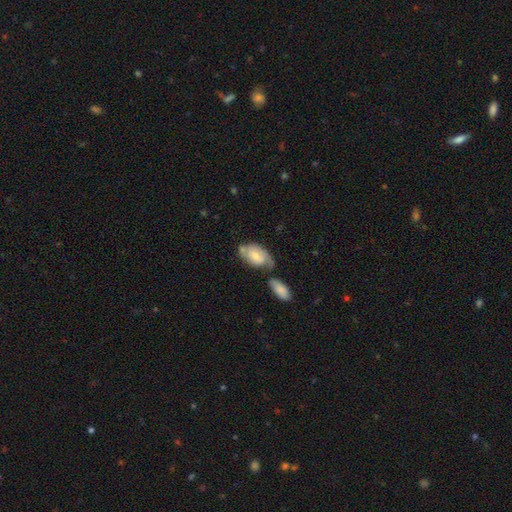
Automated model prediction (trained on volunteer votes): The model was most divided on "merging": merger: 35%, none: 32%, minor disturbance: 21%, major disturbance: 11%. More confident: how rounded — in between (90%); smooth or featured — smooth (55%).